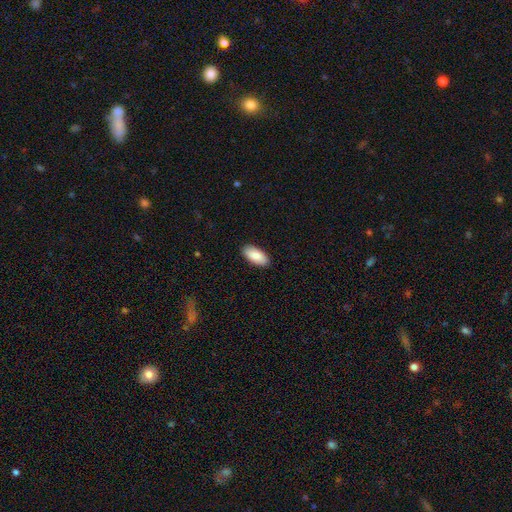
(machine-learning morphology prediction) This appears to be a smooth galaxy with no disk features (89%) that is in between round and cigar-shaped (93%). Merging: none (90%).